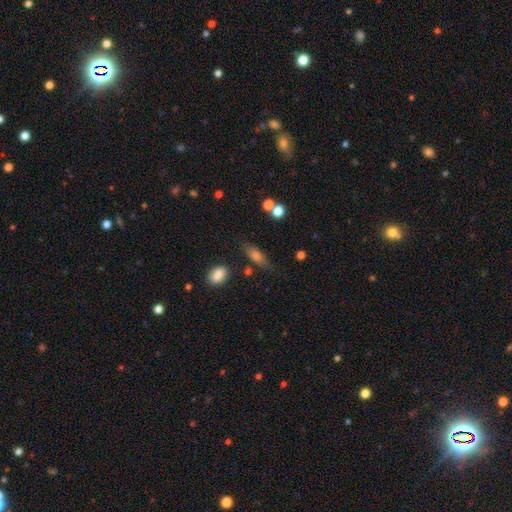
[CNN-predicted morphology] Smooth or featured?
  - smooth: 62% *
  - featured or disk: 26%
  - star or artifact: 12%
How rounded?
  - in between: 51% *
  - cigar-shaped: 43%
  - round: 6%
Merging?
  - none: 72% *
  - minor disturbance: 18%
  - major disturbance: 6%
  - merger: 5%